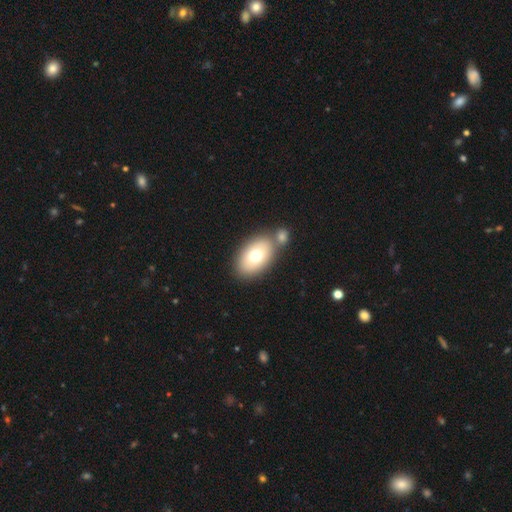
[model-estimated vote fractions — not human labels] Morphology: type=smooth (71%); roundness=in between (90%); merging=none (58%).